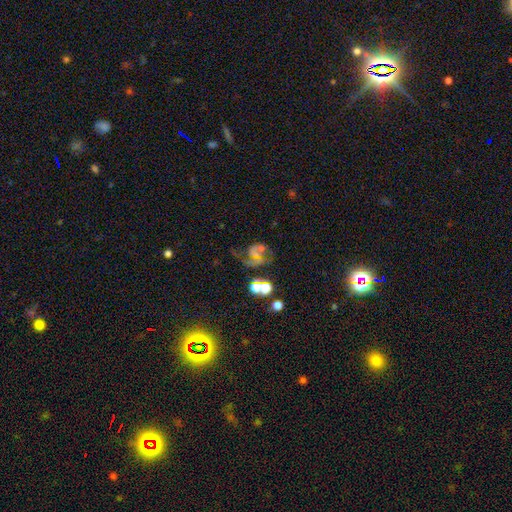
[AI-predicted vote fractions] Overall: featured or disk (48%; star or artifact 33%). Merging: none (37%; major disturbance 32%).